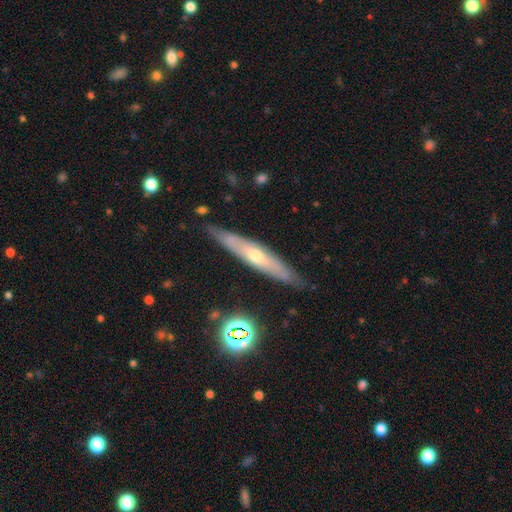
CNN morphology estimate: Smooth or featured?
  - featured or disk: 63% *
  - smooth: 29%
  - star or artifact: 8%
Edge-on disk?
  - yes: 80% *
  - no: 20%
Edge-on bulge?
  - rounded: 76% *
  - none: 21%
  - boxy: 3%
Merging?
  - none: 83% *
  - minor disturbance: 12%
  - major disturbance: 2%
  - merger: 2%